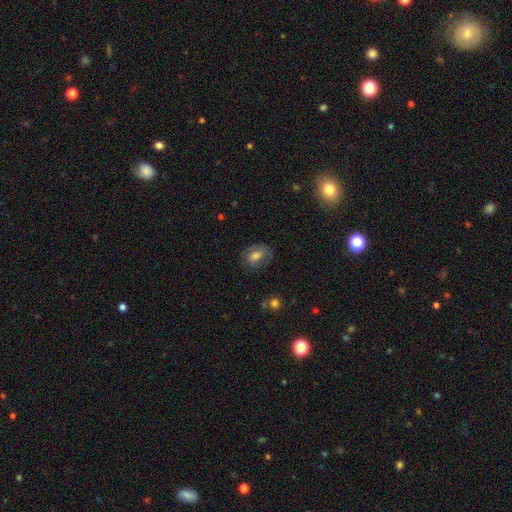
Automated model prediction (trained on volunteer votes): Smooth or featured? Predicted: smooth (p=0.57). How rounded? Predicted: in between (p=0.73). Merging? Predicted: none (p=0.74).